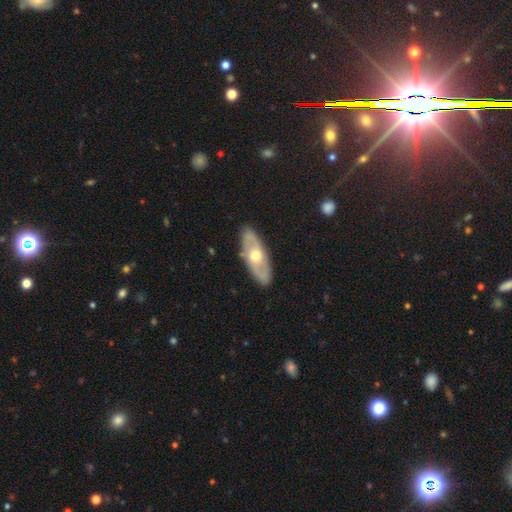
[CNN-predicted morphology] Smooth or featured? featured or disk (61%)
Edge-on disk? no (76%)
Merging? none (86%)